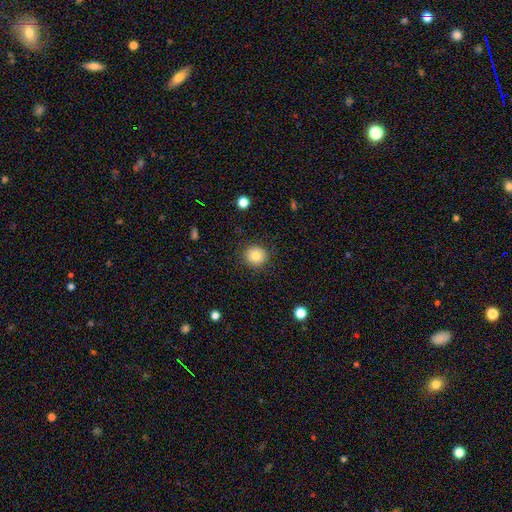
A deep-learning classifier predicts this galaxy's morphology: Smooth or featured?
  - smooth: 83% *
  - star or artifact: 10%
  - featured or disk: 7%
How rounded?
  - round: 90% *
  - in between: 10%
  - cigar-shaped: 1%
Merging?
  - none: 89% *
  - minor disturbance: 8%
  - major disturbance: 2%
  - merger: 1%